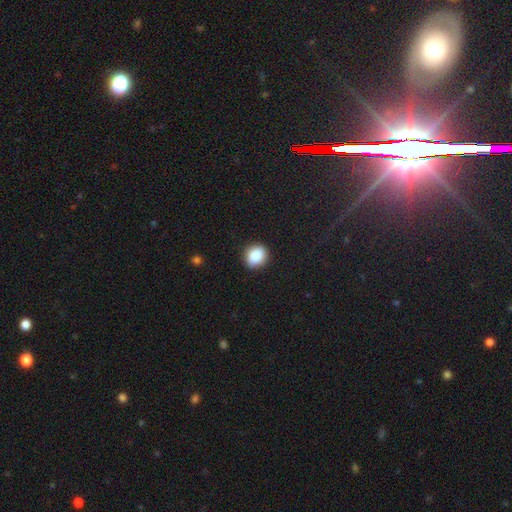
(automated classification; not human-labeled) A smooth galaxy with no disk features (86%) that is round (68%).

Vote fractions:
- Smooth or featured? smooth: 86% / star or artifact: 9% / featured or disk: 5%
- How rounded? round: 68% / in between: 31% / cigar-shaped: 1%
- Merging? none: 88% / minor disturbance: 9% / major disturbance: 2% / merger: 1%